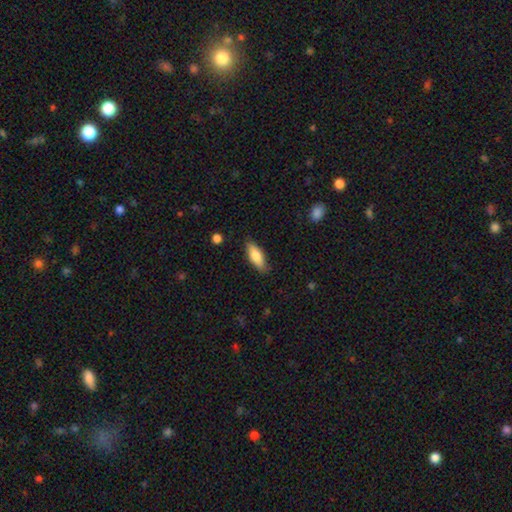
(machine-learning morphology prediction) Smooth or featured: smooth — 74% (featured or disk — 19%)
How rounded: in between — 67% (cigar-shaped — 30%)
Merging: none — 84% (minor disturbance — 12%)